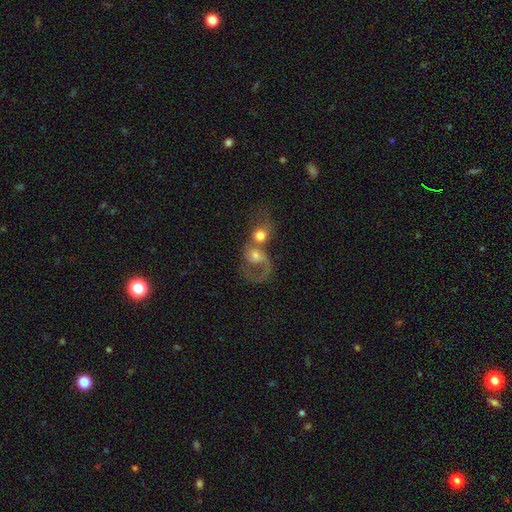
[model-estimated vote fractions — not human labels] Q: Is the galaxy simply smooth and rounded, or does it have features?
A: featured or disk — 51%.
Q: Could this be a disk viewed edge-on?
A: no — 96%.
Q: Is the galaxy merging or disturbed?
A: merger — 70%.